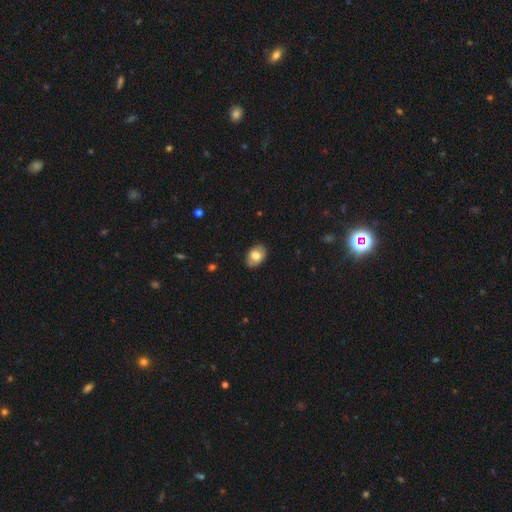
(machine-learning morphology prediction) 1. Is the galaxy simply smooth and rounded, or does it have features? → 74% smooth, 19% featured or disk, 7% star or artifact.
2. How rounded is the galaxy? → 81% in between, 18% round, 1% cigar-shaped.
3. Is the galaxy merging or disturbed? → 82% none, 14% minor disturbance, 3% major disturbance, 1% merger.